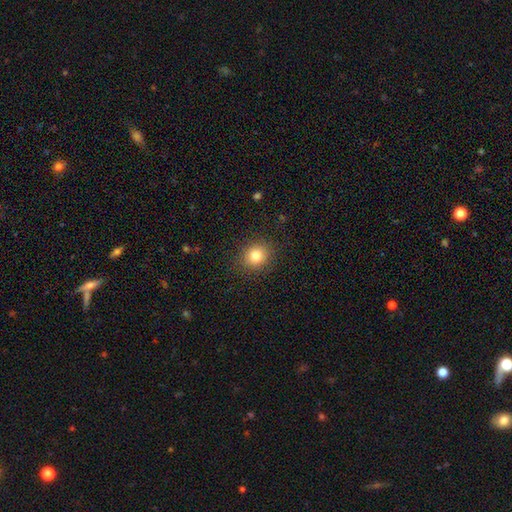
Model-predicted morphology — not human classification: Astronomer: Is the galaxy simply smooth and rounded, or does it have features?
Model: smooth — 82%.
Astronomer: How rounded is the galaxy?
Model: round — 80%.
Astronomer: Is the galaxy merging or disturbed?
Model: none — 89%.